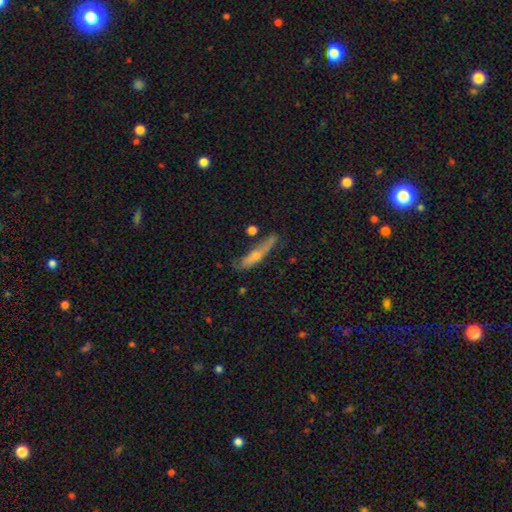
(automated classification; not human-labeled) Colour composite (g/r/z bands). It shows a featured or disk galaxy (49%). Merging: none (68%).